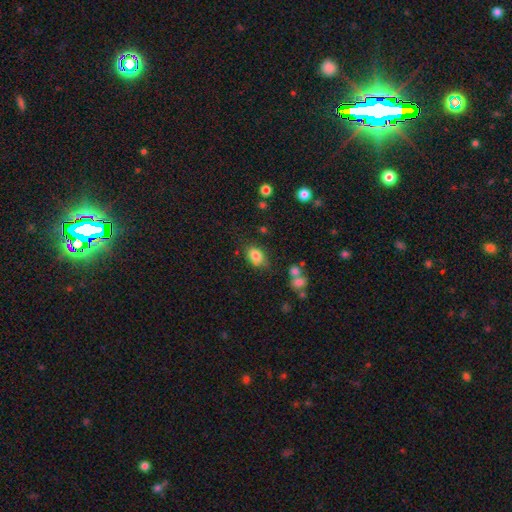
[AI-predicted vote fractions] smooth-or-featured: smooth: 82% | star or artifact: 9% | featured or disk: 8%
  how-rounded: in between: 78% | round: 21% | cigar-shaped: 1%
  merging: none: 72% | minor disturbance: 19% | major disturbance: 5% | merger: 5%